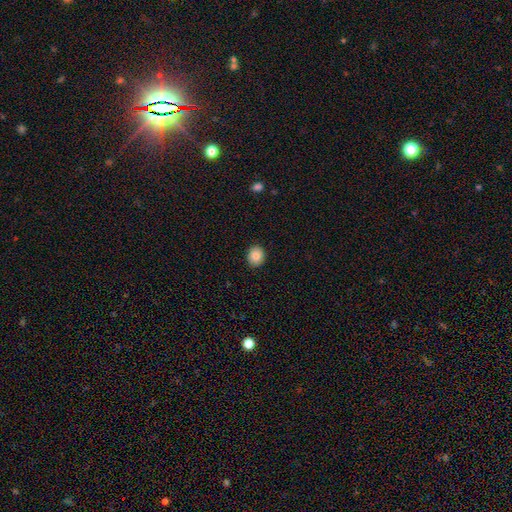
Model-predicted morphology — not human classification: A smooth galaxy with no disk features (86%) that is round (64%).

Vote fractions:
- Smooth or featured? smooth: 86% / star or artifact: 8% / featured or disk: 6%
- How rounded? round: 64% / in between: 35% / cigar-shaped: 1%
- Merging? none: 90% / minor disturbance: 7% / major disturbance: 2% / merger: 1%